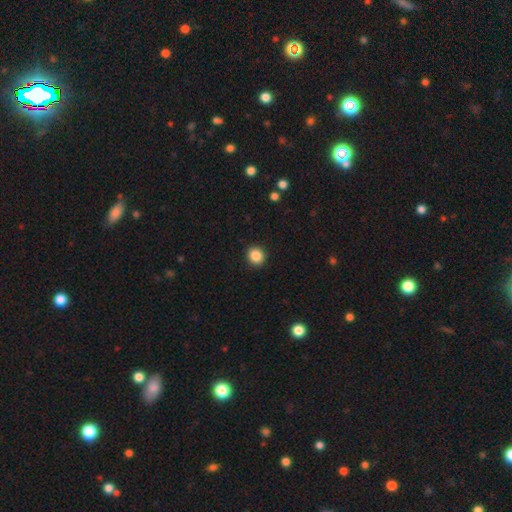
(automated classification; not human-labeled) Morphology: type=smooth (87%); roundness=round (80%); merging=none (92%).